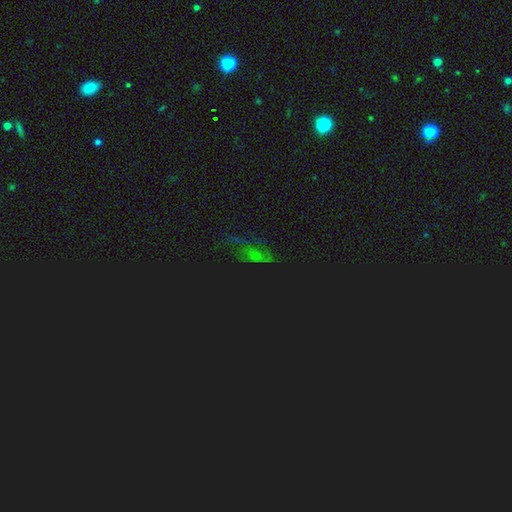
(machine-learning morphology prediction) Smooth or featured?
  - star or artifact: 60% *
  - smooth: 23%
  - featured or disk: 17%